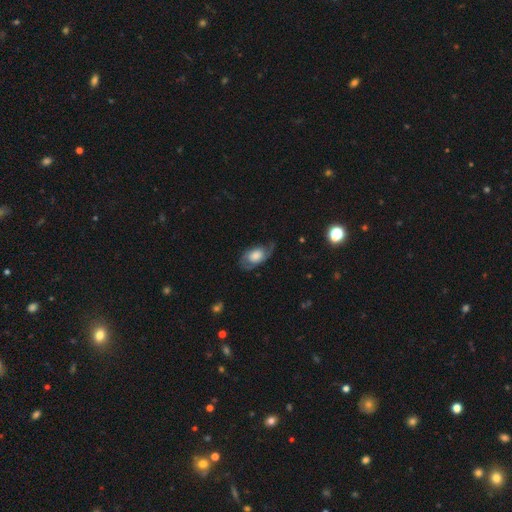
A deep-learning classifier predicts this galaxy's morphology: smooth_or_featured: featured or disk (p=0.53) [alt: smooth p=0.40]
disk_edge_on: no (p=0.92) [alt: yes p=0.08]
merging: none (p=0.57) [alt: minor disturbance p=0.26]